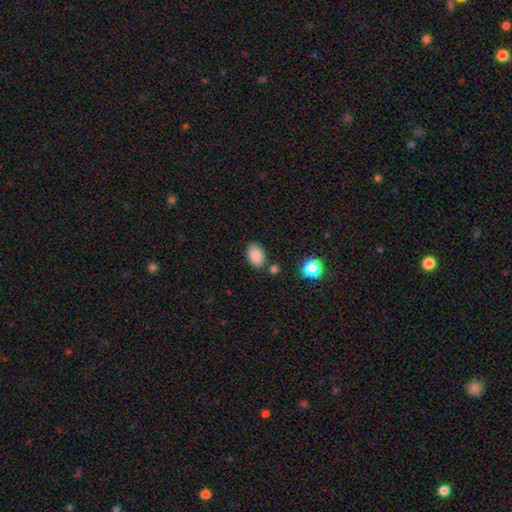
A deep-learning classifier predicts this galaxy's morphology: Smooth or featured: smooth — 87% (star or artifact — 8%)
How rounded: in between — 90% (round — 9%)
Merging: none — 78% (minor disturbance — 12%)